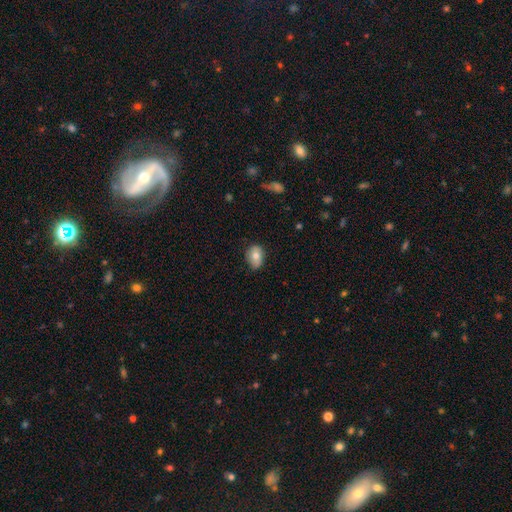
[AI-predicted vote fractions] This is likely a smooth galaxy (74%). How rounded: likely in between (68%). Merging: likely none (70%).